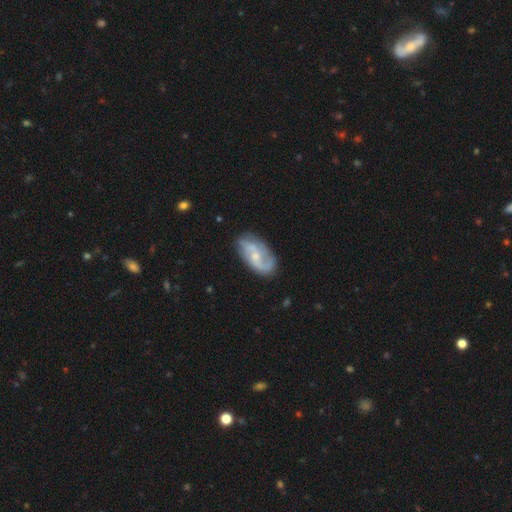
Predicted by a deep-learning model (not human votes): Smooth or featured? Predicted: featured or disk (p=0.78). Edge-on disk? Predicted: no (p=0.96). Bar? Predicted: no (p=0.51). Spiral arms? Predicted: yes (p=0.93). Spiral winding? Predicted: medium (p=0.41, tied with loose). Spiral arm count? Predicted: 2 (p=0.76). Bulge size? Predicted: small (p=0.58). Merging? Predicted: none (p=0.72).